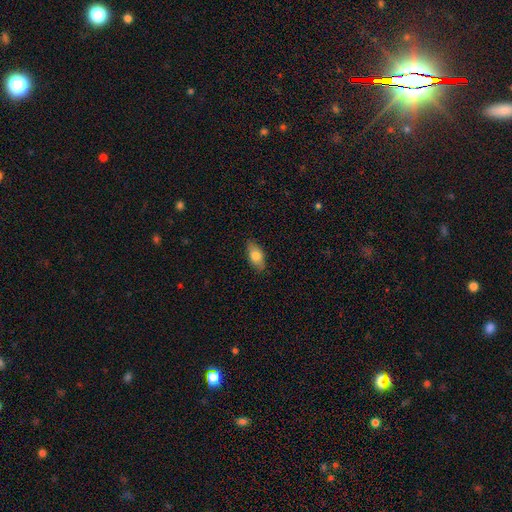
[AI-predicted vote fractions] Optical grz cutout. It shows a smooth galaxy with no disk features (77%) that is in between round and cigar-shaped (88%). Merging: none (84%).